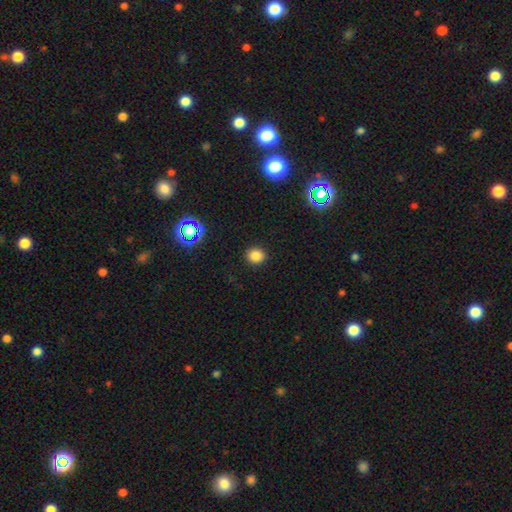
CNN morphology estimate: Smooth or featured? Predicted: smooth (p=0.81). How rounded? Predicted: round (p=0.84). Merging? Predicted: none (p=0.91).